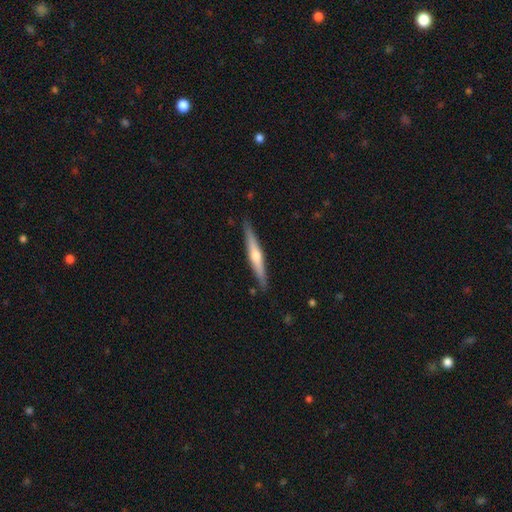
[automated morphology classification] Smooth or featured? featured or disk (63%)
Edge-on disk? yes (97%)
Edge-on bulge? rounded (87%)
Merging? none (89%)